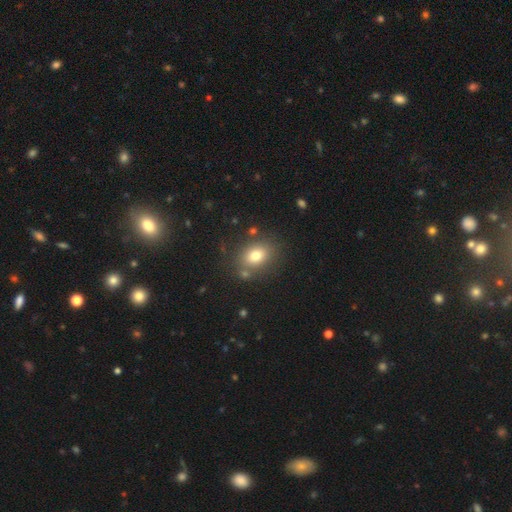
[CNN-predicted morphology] smooth-or-featured: smooth: 77% | featured or disk: 12% | star or artifact: 11%
  how-rounded: in between: 64% | round: 35% | cigar-shaped: 1%
  merging: none: 77% | minor disturbance: 12% | merger: 7% | major disturbance: 4%